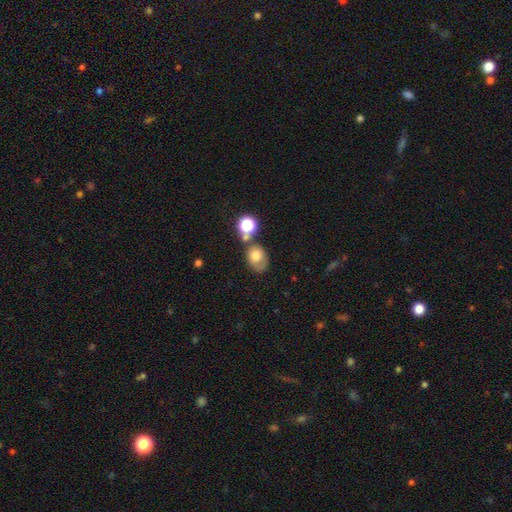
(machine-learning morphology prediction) Smooth or featured: smooth — 68% (featured or disk — 21%)
How rounded: in between — 67% (round — 32%)
Merging: none — 50% (merger — 23%)